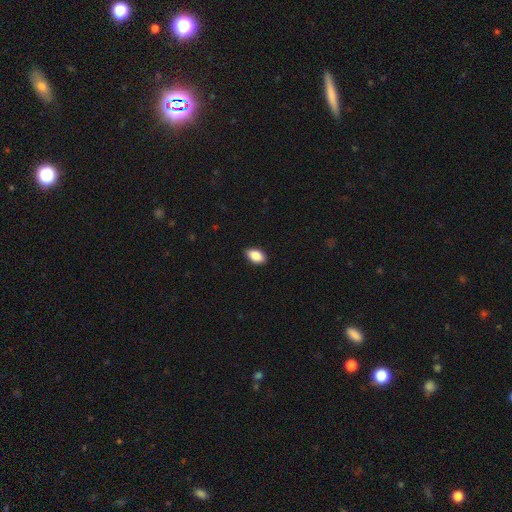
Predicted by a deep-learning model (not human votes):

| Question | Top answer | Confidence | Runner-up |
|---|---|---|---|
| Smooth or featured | smooth | 88% | star or artifact (7%) |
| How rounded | in between | 92% | round (5%) |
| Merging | none | 88% | minor disturbance (9%) |